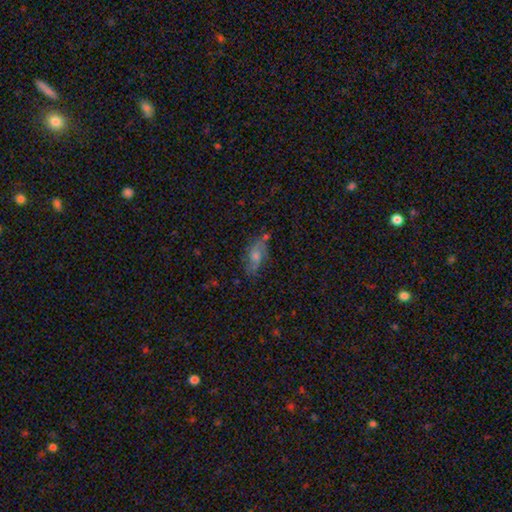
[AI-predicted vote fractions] featured or disk 43%, smooth 41%, star or artifact 16%. Down the decision tree: merging — none (66%).